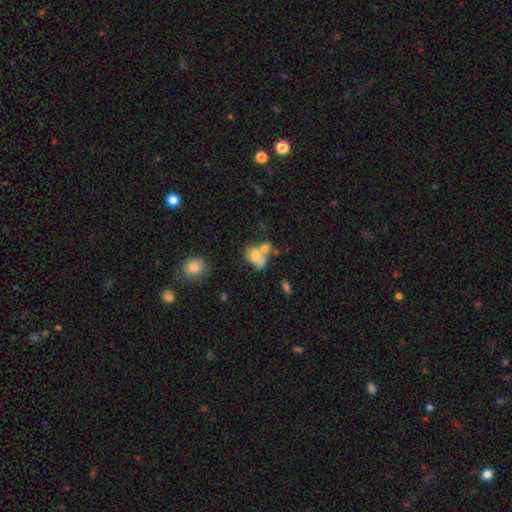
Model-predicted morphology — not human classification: smooth-or-featured: smooth: 63% | featured or disk: 26% | star or artifact: 11%
  how-rounded: in between: 57% | round: 41% | cigar-shaped: 1%
  merging: merger: 59% | none: 22% | minor disturbance: 11% | major disturbance: 8%